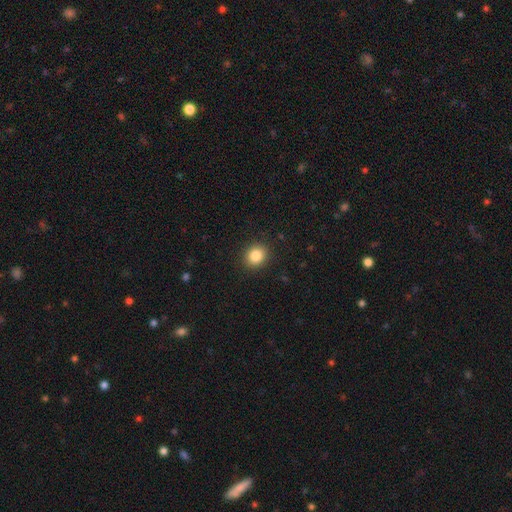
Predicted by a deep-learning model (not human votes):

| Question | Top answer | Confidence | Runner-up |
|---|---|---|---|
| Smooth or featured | smooth | 85% | star or artifact (10%) |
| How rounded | round | 72% | in between (27%) |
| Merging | none | 90% | minor disturbance (7%) |